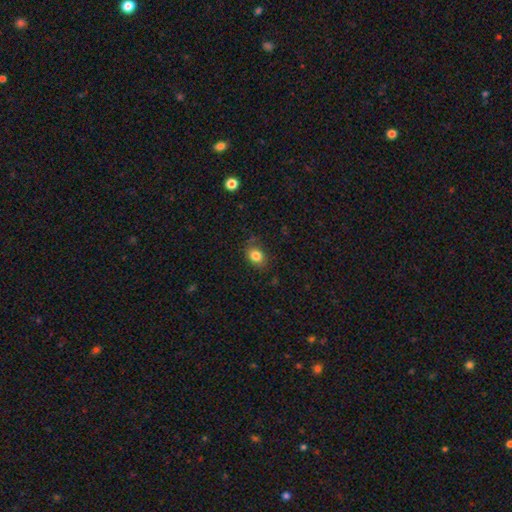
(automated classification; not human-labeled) Smooth or featured: smooth — 83% (star or artifact — 10%)
How rounded: in between — 64% (round — 35%)
Merging: none — 78% (minor disturbance — 17%)